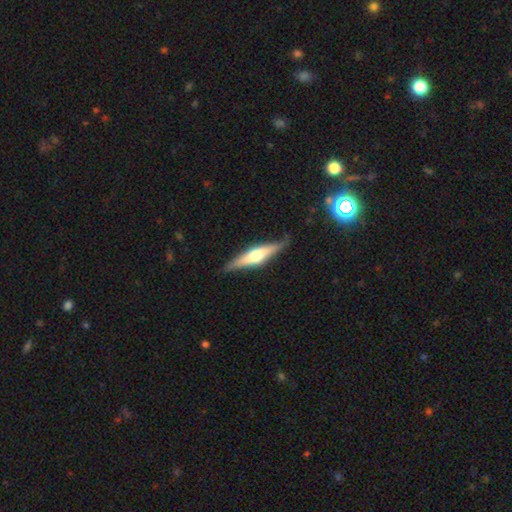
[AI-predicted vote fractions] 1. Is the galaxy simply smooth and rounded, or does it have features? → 60% featured or disk, 35% smooth, 5% star or artifact.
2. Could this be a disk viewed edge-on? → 94% yes, 6% no.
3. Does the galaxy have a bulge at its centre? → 84% rounded, 11% boxy, 6% none.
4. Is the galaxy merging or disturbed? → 80% none, 15% minor disturbance, 3% major disturbance, 1% merger.